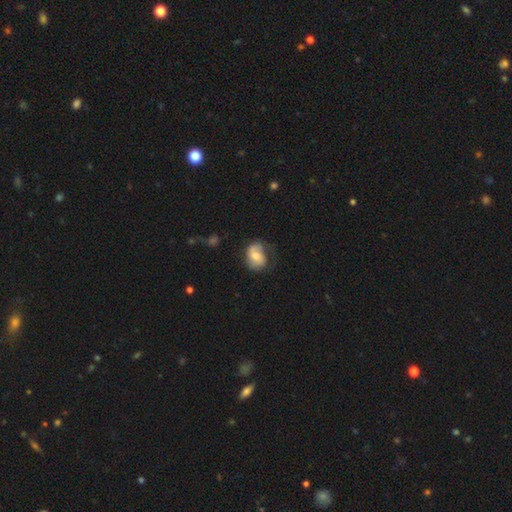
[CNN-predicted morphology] The model was most divided on "smooth or featured": smooth: 50%, featured or disk: 42%, star or artifact: 7%. Remaining: how rounded — in between (61%); merging — none (46%).